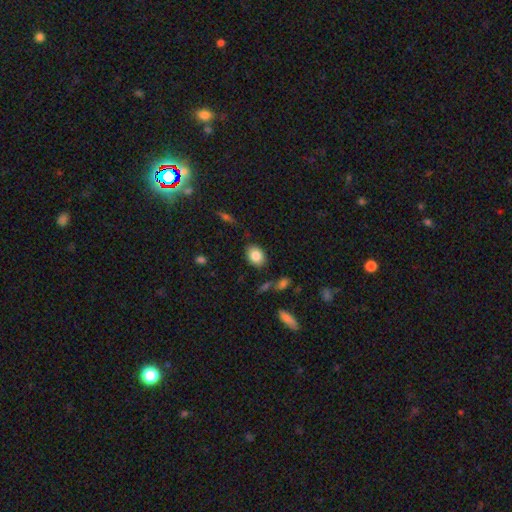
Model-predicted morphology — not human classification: smooth 83%, featured or disk 9%, star or artifact 8%. Down the decision tree: how rounded — in between (71%); merging — none (84%).